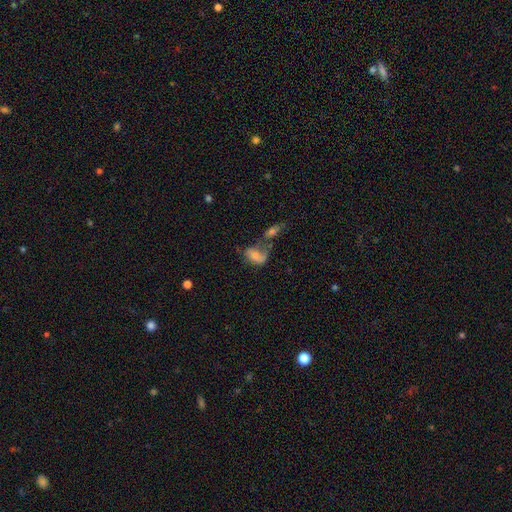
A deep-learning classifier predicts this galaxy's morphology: type=smooth (59%); roundness=in between (84%); merging=merger (37%).